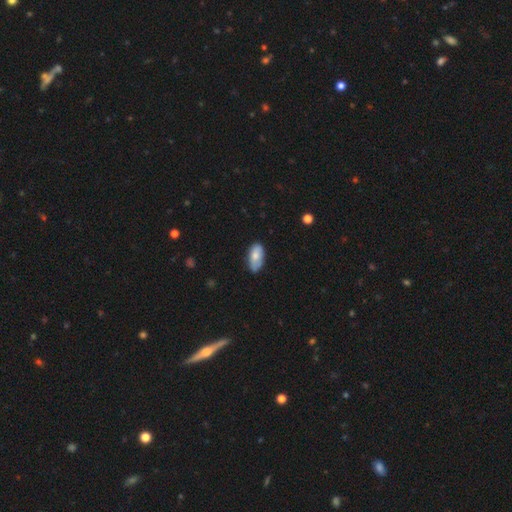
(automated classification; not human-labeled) The model was most divided on "merging": none: 66%, minor disturbance: 27%, major disturbance: 4%, merger: 2%. More confident: how rounded — in between (93%); smooth or featured — smooth (75%).